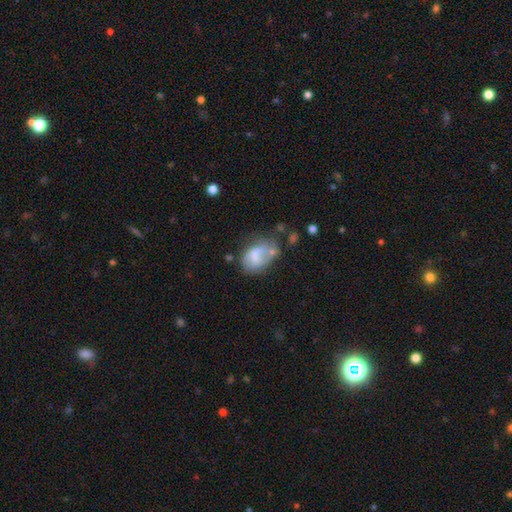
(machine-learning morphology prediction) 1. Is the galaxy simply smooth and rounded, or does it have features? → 56% smooth, 34% featured or disk, 9% star or artifact.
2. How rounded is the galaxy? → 77% in between, 22% round, 2% cigar-shaped.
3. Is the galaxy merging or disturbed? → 29% none, 27% minor disturbance, 24% major disturbance, 21% merger.